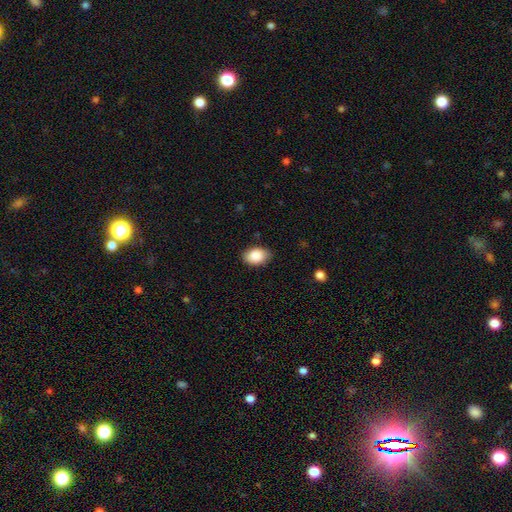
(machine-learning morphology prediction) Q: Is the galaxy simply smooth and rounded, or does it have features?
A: smooth — 88%.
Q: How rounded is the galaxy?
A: in between — 84%.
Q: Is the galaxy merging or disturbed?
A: none — 81%.